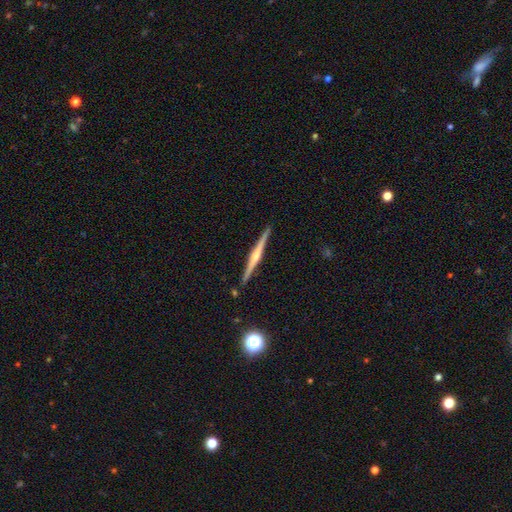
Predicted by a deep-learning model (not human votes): This appears to be a featured or disk galaxy (79%) viewed edge-on (99%) with a rounded central bulge (79%). Merging: none (91%).